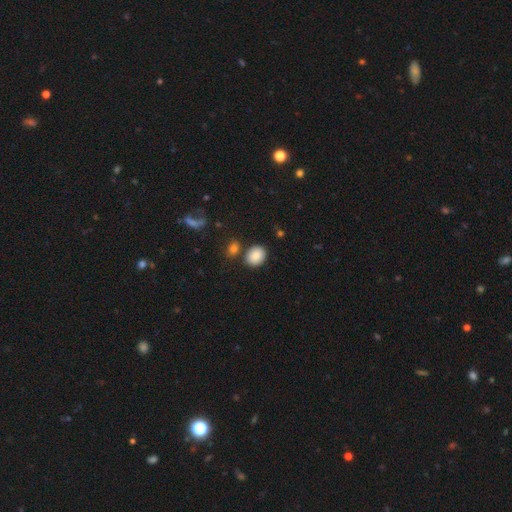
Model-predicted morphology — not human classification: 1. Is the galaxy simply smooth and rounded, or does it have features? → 84% smooth, 9% star or artifact, 7% featured or disk.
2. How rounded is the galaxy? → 59% round, 40% in between, 1% cigar-shaped.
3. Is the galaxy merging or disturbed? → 79% none, 9% minor disturbance, 9% merger, 3% major disturbance.